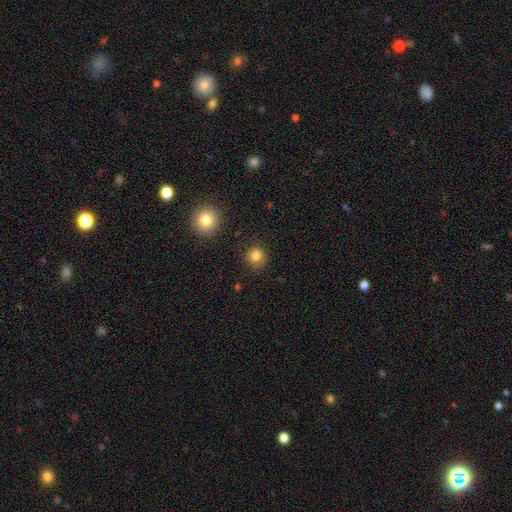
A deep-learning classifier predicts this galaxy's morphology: Q: Smooth or featured?
A: smooth (83%); runner-up: star or artifact (12%)
Q: How rounded?
A: round (92%); runner-up: in between (8%)
Q: Merging?
A: none (88%); runner-up: minor disturbance (8%)